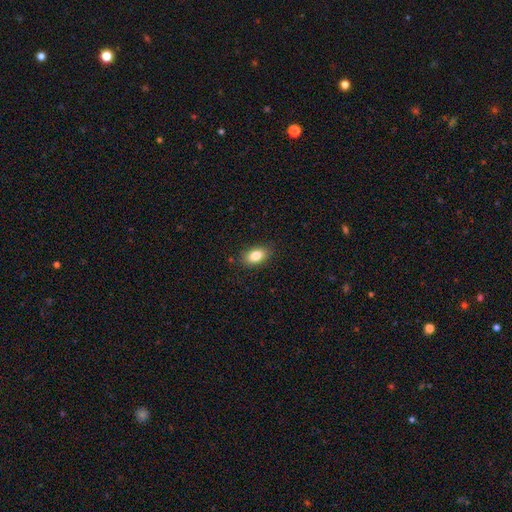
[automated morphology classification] smooth-or-featured: smooth: 83% | featured or disk: 9% | star or artifact: 8%
  how-rounded: in between: 88% | round: 10% | cigar-shaped: 2%
  merging: none: 86% | minor disturbance: 11% | major disturbance: 2% | merger: 1%